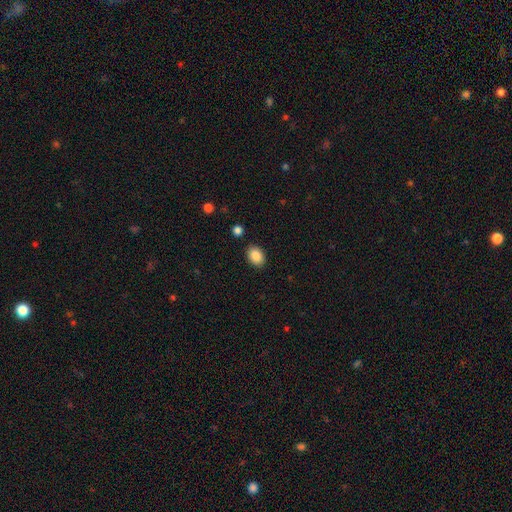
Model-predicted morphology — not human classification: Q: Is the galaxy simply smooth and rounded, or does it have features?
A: smooth — 88%.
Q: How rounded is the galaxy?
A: in between — 77%.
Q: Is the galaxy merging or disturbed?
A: none — 87%.